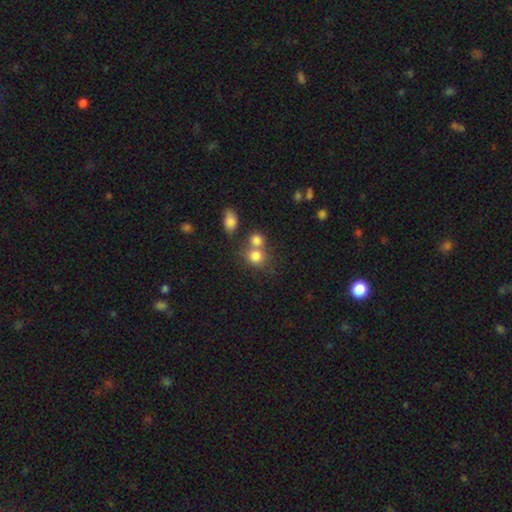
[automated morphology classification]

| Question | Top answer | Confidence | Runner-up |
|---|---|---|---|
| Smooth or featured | smooth | 80% | star or artifact (11%) |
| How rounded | round | 75% | in between (24%) |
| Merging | merger | 43% | tied: none (43%) |